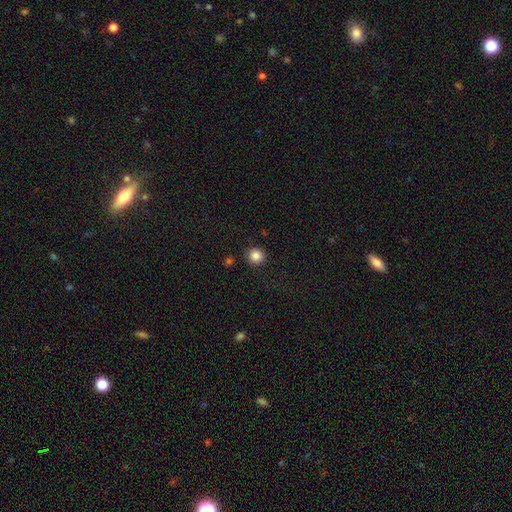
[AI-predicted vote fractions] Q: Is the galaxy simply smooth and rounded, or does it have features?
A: smooth — 85%.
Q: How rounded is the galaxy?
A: round — 94%.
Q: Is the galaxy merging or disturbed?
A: none — 91%.